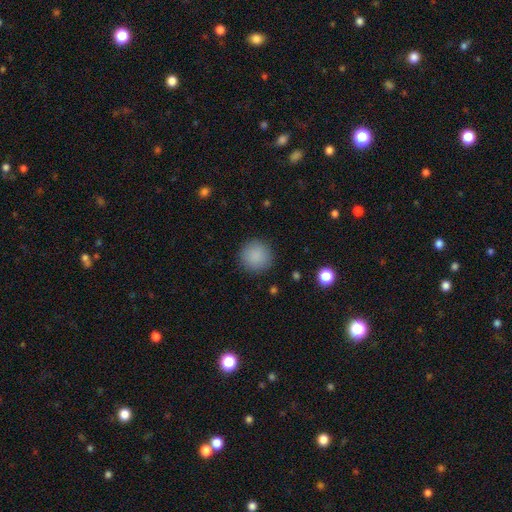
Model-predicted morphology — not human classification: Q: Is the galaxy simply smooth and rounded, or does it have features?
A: smooth — 88%.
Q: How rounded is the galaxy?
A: round — 95%.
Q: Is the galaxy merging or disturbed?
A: none — 90%.